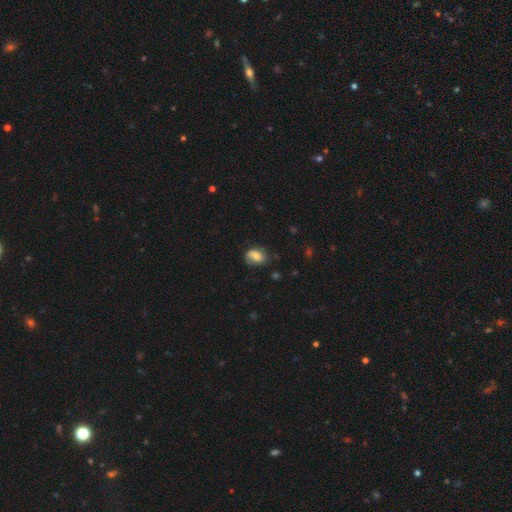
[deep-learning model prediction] Smooth or featured? smooth (50%)
How rounded? in between (68%)
Merging? none (62%)